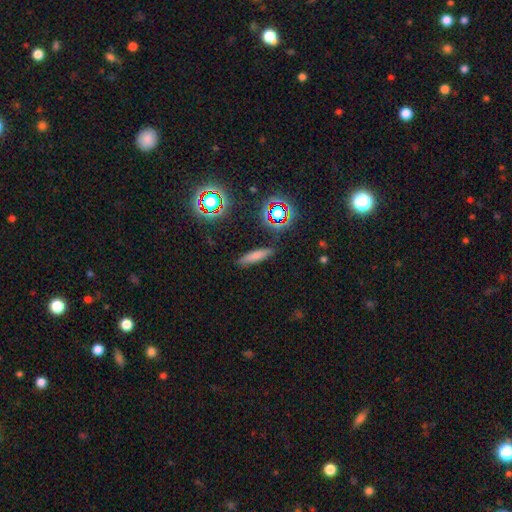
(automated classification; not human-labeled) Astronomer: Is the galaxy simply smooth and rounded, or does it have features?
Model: smooth — 69%.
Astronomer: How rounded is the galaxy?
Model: cigar-shaped — 75%.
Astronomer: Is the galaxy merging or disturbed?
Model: none — 85%.